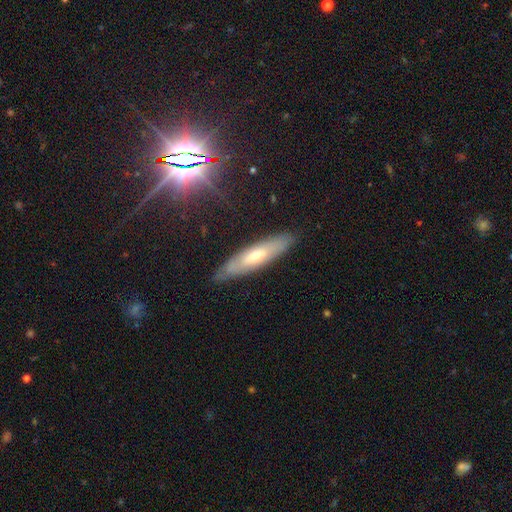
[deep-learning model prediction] Smooth or featured? featured or disk (48%)
Merging? none (82%)